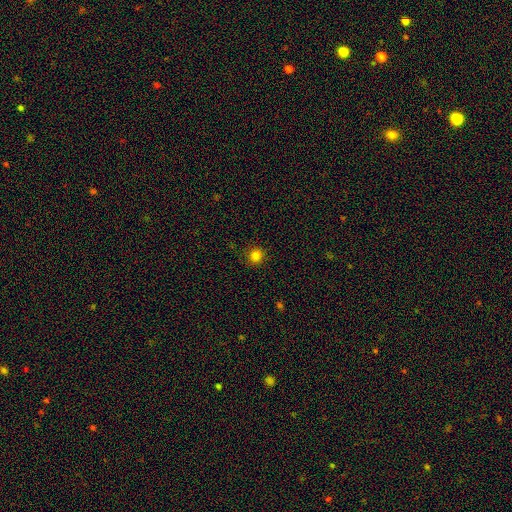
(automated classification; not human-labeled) Smooth or featured?
  - smooth: 82% *
  - star or artifact: 13%
  - featured or disk: 4%
How rounded?
  - round: 92% *
  - in between: 7%
  - cigar-shaped: 1%
Merging?
  - none: 91% *
  - minor disturbance: 6%
  - major disturbance: 2%
  - merger: 1%